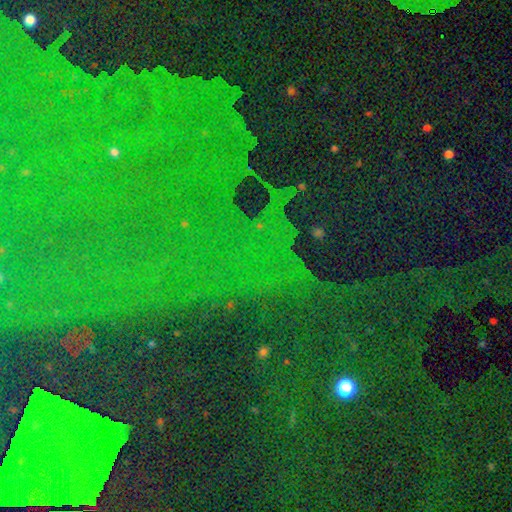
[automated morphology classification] type=star or artifact (84%).